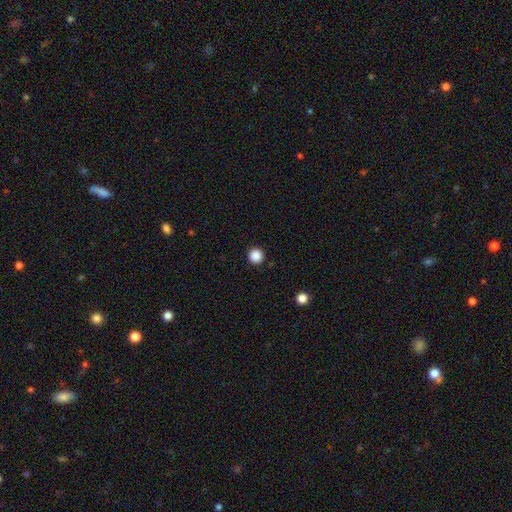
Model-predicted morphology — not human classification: Smooth or featured: smooth — 88% (star or artifact — 10%)
How rounded: round — 96% (in between — 3%)
Merging: none — 93% (minor disturbance — 4%)